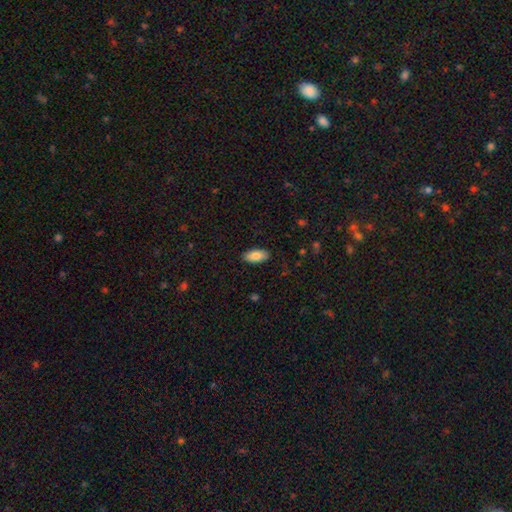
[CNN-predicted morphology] smooth-or-featured: smooth: 85% | featured or disk: 9% | star or artifact: 6%
  how-rounded: in between: 90% | cigar-shaped: 8% | round: 2%
  merging: none: 88% | minor disturbance: 9% | major disturbance: 2% | merger: 1%